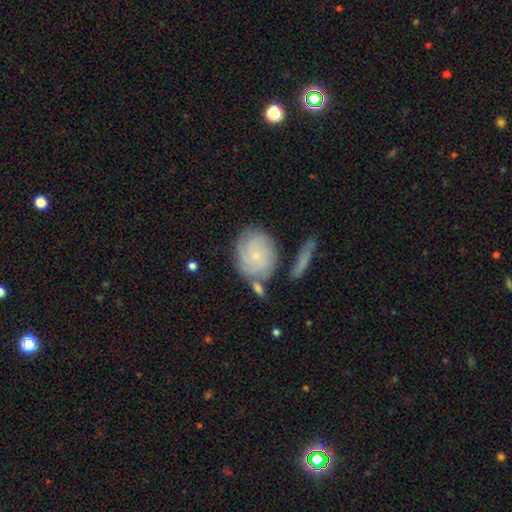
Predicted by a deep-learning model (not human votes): This is likely a featured or disk galaxy (66%). It is clearly not viewed edge-on (97%). Bar: likely no (78%). Spiral arm pattern: clearly yes (91%). Spiral arm count: marginally can't tell (37%). Spiral winding: likely tight (66%). Central bulge: likely small (79%). Merging: likely none (63%).